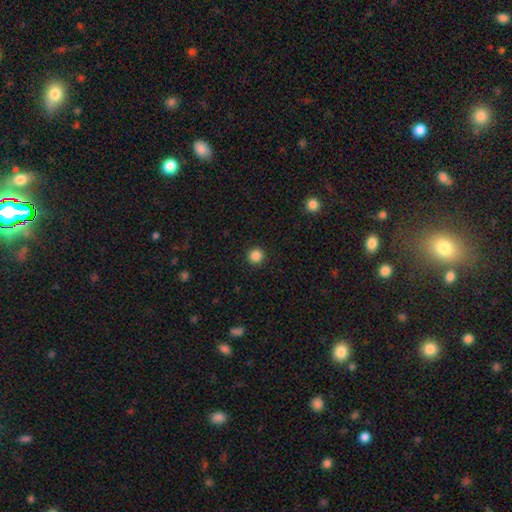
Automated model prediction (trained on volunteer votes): Morphology: type=smooth (86%); roundness=round (94%); merging=none (93%).